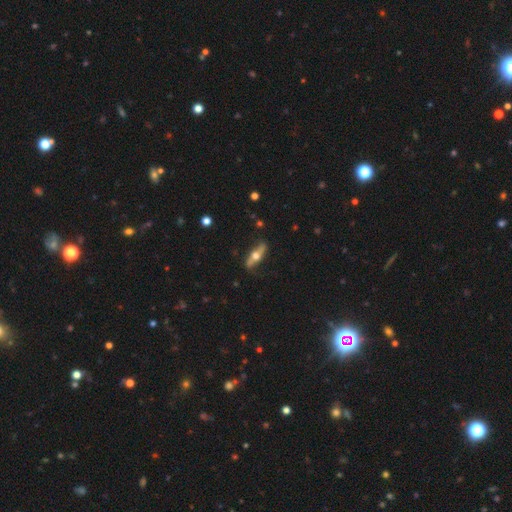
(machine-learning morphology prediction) Q: Smooth or featured?
A: featured or disk (65%); runner-up: smooth (30%)
Q: Edge-on disk?
A: yes (83%); runner-up: no (17%)
Q: Edge-on bulge?
A: rounded (95%); runner-up: boxy (3%)
Q: Merging?
A: none (82%); runner-up: minor disturbance (13%)